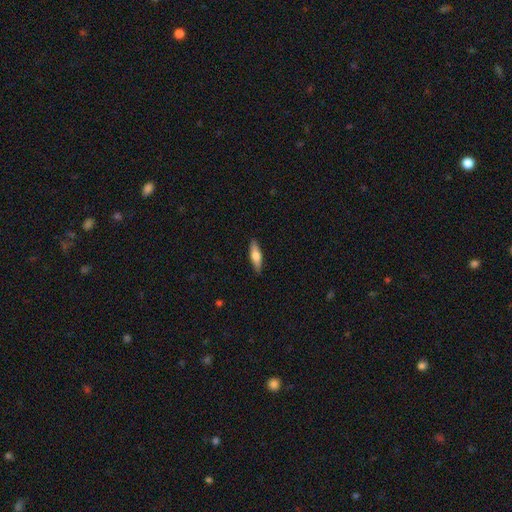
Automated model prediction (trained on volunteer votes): The model was most divided on "how rounded": cigar-shaped: 57%, in between: 40%, round: 2%. More confident: merging — none (88%); smooth or featured — smooth (63%).